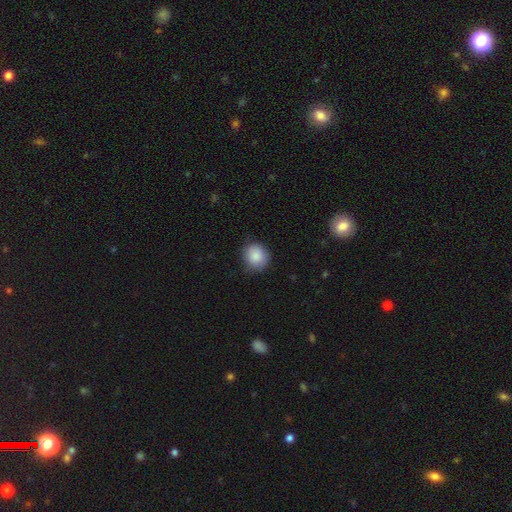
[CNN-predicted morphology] The model was most divided on "merging": none: 81%, minor disturbance: 15%, major disturbance: 3%, merger: 1%. More confident: smooth or featured — smooth (88%); how rounded — round (83%).